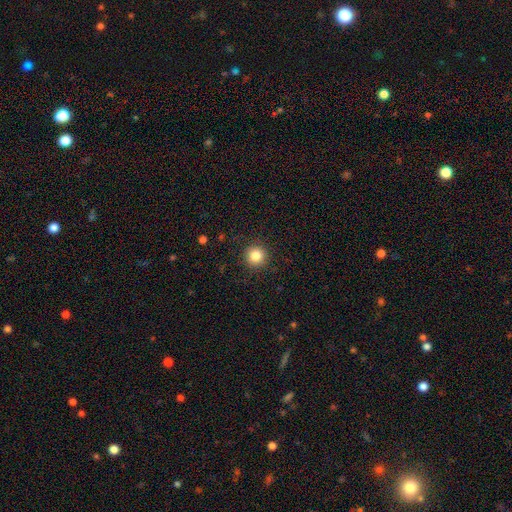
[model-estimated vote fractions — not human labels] A smooth galaxy with no disk features (84%) that is round (95%).

Vote fractions:
- Smooth or featured? smooth: 84% / star or artifact: 11% / featured or disk: 5%
- How rounded? round: 95% / in between: 4% / cigar-shaped: 1%
- Merging? none: 91% / minor disturbance: 6% / major disturbance: 2% / merger: 1%